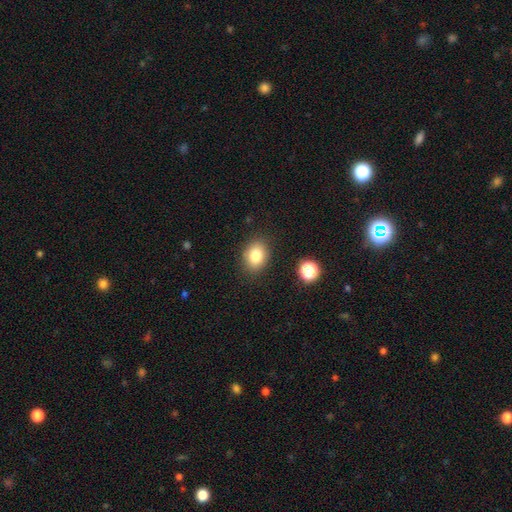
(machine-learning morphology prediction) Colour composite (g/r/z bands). It shows a smooth galaxy with no disk features (81%) that is in between round and cigar-shaped (62%). Merging: none (86%).